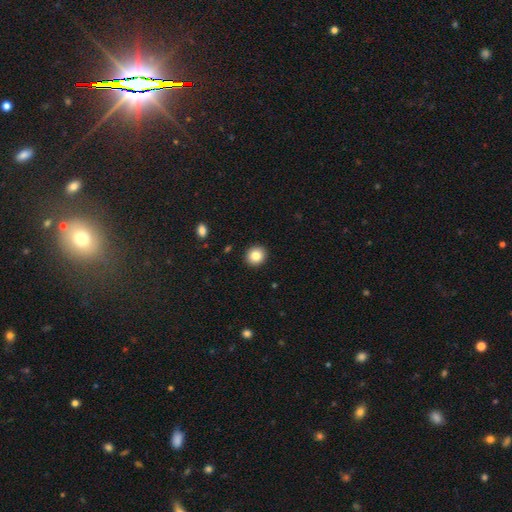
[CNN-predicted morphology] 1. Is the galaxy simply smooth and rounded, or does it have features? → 84% smooth, 10% star or artifact, 6% featured or disk.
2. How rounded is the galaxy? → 88% round, 11% in between, 1% cigar-shaped.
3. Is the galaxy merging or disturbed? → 92% none, 5% minor disturbance, 2% major disturbance, 1% merger.